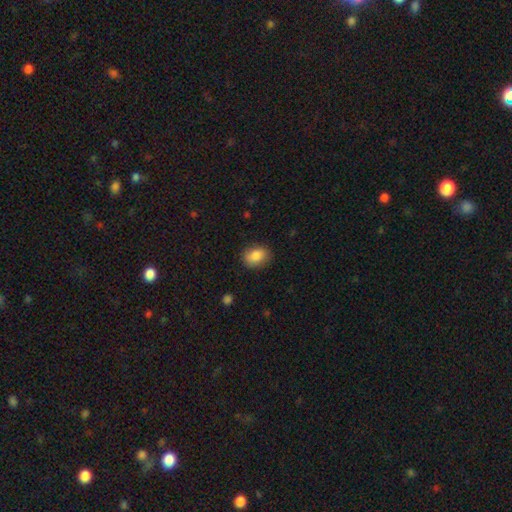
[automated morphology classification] smooth 86%, star or artifact 8%, featured or disk 7%. Down the decision tree: how rounded — in between (65%); merging — none (84%).